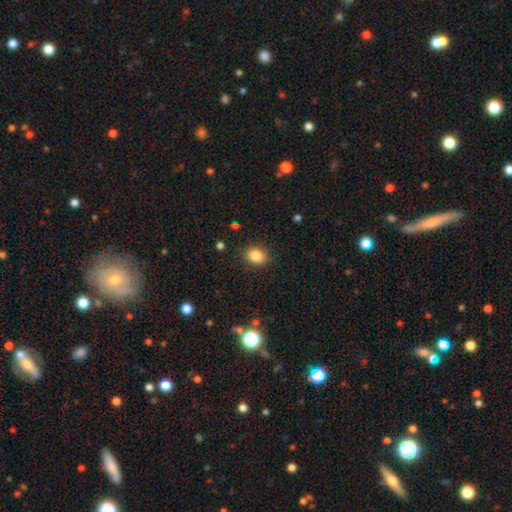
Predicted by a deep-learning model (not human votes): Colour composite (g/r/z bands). It shows a smooth galaxy with no disk features (84%) that is round (58%). Merging: none (88%).